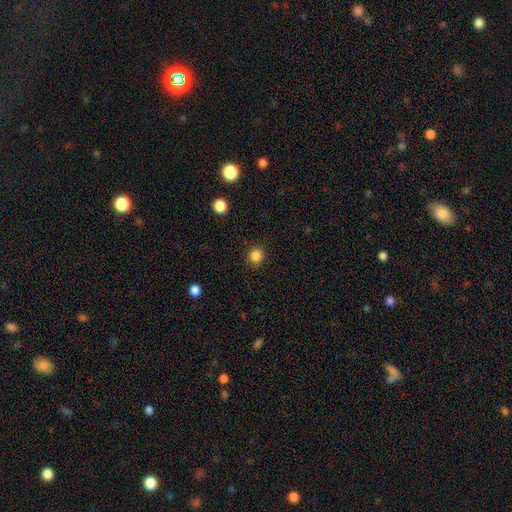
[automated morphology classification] smooth-or-featured: smooth: 85% | star or artifact: 12% | featured or disk: 3%
  how-rounded: round: 92% | in between: 7% | cigar-shaped: 1%
  merging: none: 90% | minor disturbance: 7% | major disturbance: 2% | merger: 1%